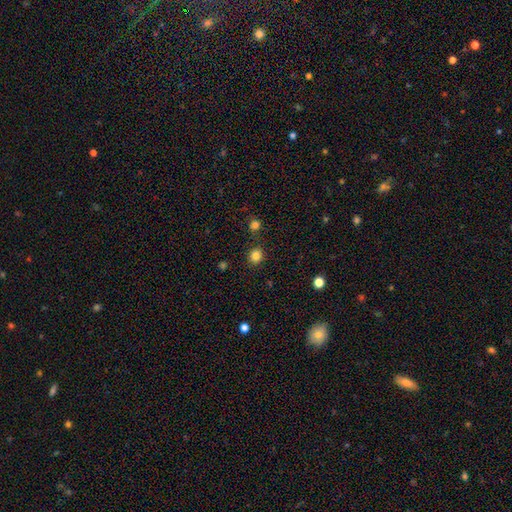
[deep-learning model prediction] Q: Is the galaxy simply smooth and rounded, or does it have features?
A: smooth — 83%.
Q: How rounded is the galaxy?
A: round — 85%.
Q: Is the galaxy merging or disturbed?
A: none — 88%.